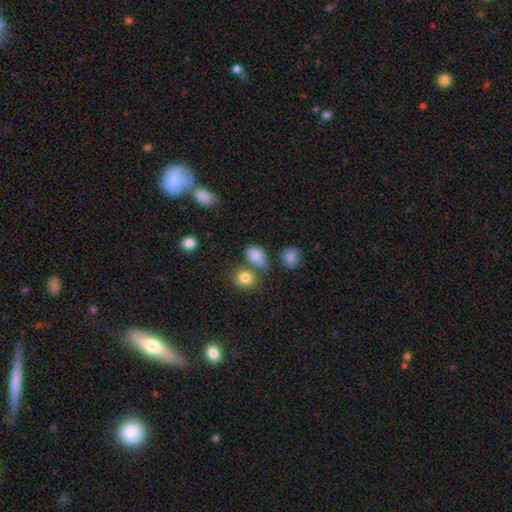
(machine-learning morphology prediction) Smooth or featured? smooth (83%)
How rounded? in between (68%)
Merging? none (52%)